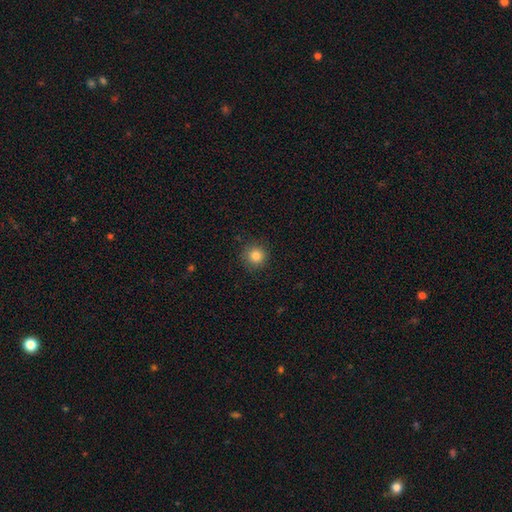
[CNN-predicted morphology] Smooth or featured? Predicted: smooth (p=0.84). How rounded? Predicted: round (p=0.94). Merging? Predicted: none (p=0.89).